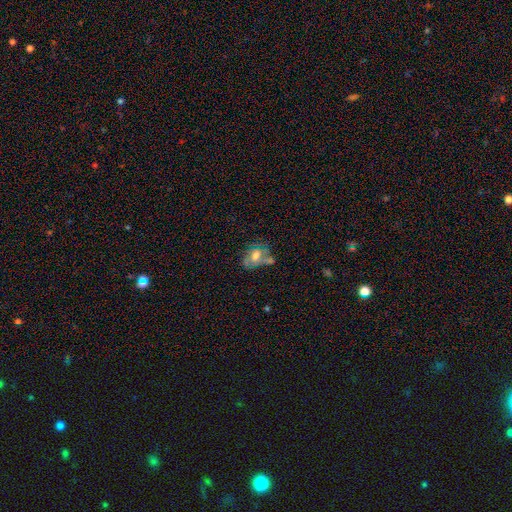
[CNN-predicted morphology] A smooth galaxy with no disk features (45%, tied with featured or disk). Merging: none (31%).